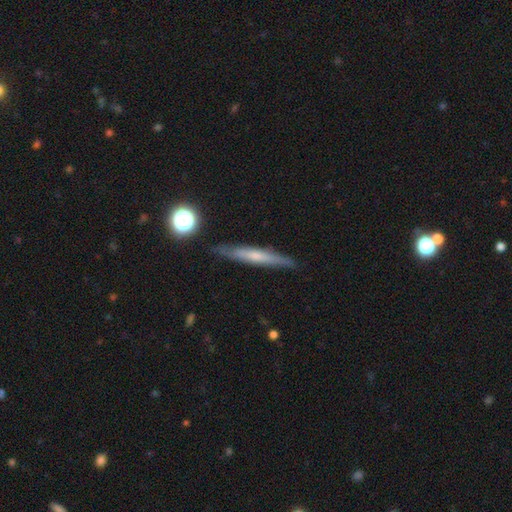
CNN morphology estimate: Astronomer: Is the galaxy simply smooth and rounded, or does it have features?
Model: featured or disk — 46%, tied with smooth at 46%.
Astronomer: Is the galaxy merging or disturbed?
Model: none — 86%.